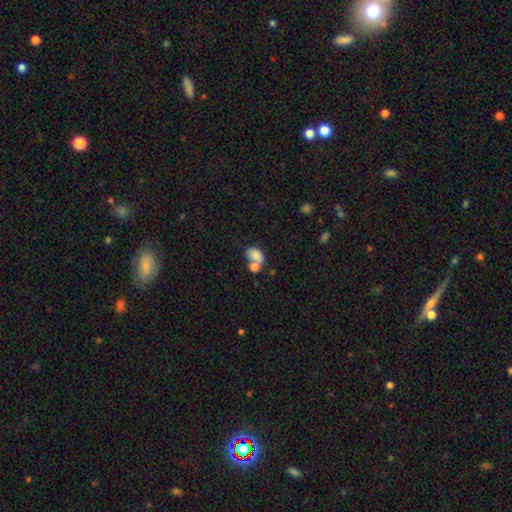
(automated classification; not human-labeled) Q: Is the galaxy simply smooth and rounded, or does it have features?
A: smooth — 79%.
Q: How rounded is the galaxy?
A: in between — 79%.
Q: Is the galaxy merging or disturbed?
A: merger — 48%.